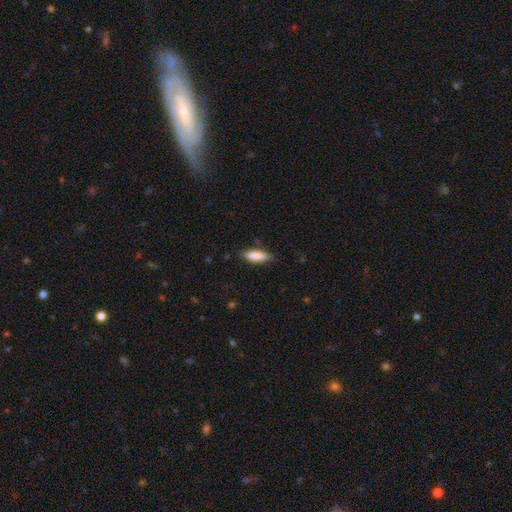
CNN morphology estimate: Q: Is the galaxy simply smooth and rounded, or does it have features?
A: smooth — 86%.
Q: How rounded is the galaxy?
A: in between — 62%.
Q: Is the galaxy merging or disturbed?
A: none — 80%.